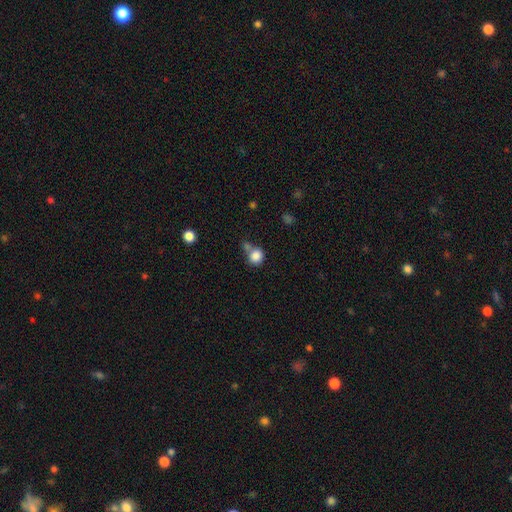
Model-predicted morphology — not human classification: Smooth or featured? smooth (84%)
How rounded? round (78%)
Merging? none (49%)